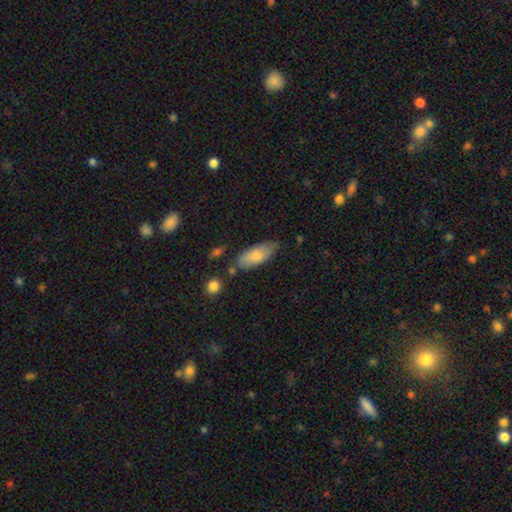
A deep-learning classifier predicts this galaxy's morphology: Smooth or featured: smooth — 78% (featured or disk — 16%)
How rounded: in between — 81% (cigar-shaped — 17%)
Merging: none — 68% (minor disturbance — 23%)